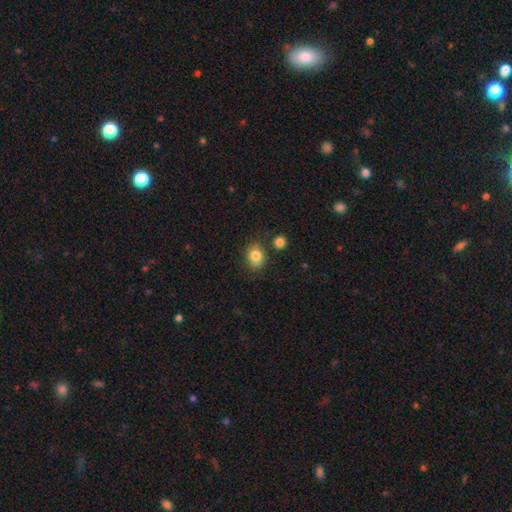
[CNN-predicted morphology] This is clearly a smooth galaxy (82%). How rounded: possibly in between (51%). Merging: likely none (73%).